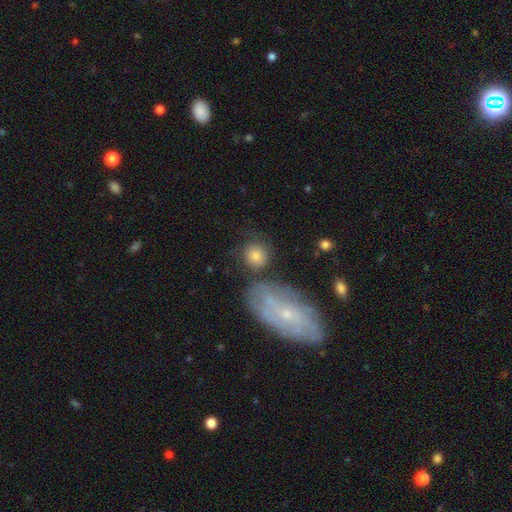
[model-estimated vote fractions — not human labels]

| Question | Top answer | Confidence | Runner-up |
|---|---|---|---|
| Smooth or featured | smooth | 75% | featured or disk (16%) |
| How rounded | round | 86% | in between (12%) |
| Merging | none | 67% | minor disturbance (14%) |